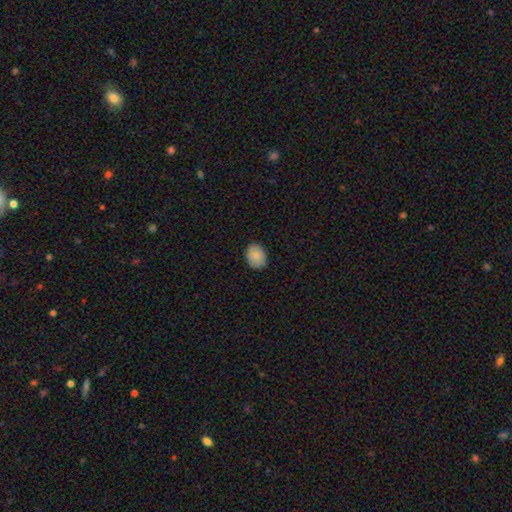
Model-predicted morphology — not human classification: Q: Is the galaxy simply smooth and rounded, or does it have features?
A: smooth — 85%.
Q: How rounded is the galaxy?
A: in between — 58%.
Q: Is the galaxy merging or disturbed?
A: none — 86%.